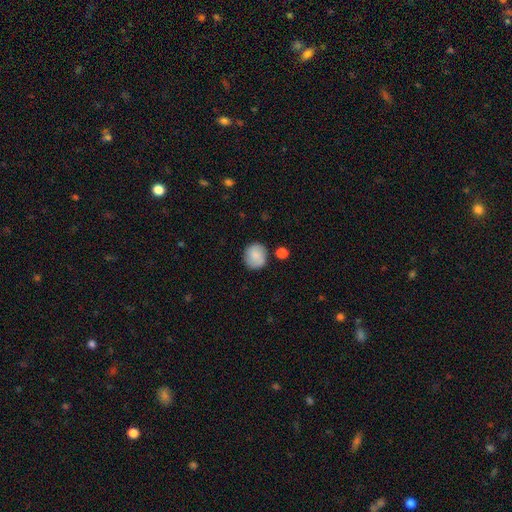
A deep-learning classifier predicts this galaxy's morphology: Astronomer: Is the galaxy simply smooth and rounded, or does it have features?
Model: smooth — 83%.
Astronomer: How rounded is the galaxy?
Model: round — 83%.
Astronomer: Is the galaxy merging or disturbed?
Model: none — 79%.